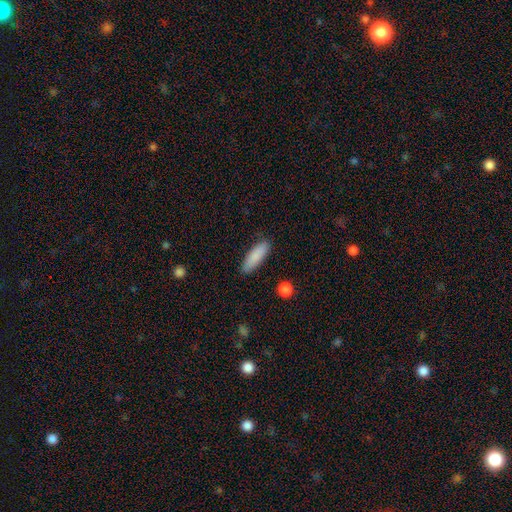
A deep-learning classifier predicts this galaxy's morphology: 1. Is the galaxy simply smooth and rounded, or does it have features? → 86% smooth, 8% featured or disk, 6% star or artifact.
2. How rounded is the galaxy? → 50% in between, 48% cigar-shaped, 2% round.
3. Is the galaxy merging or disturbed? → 86% none, 11% minor disturbance, 2% major disturbance, 1% merger.